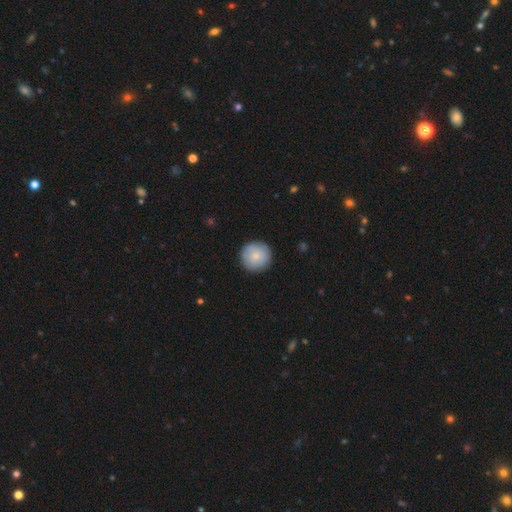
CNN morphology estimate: Overall: smooth (78%). How rounded: round (96%). Merging: none (90%).